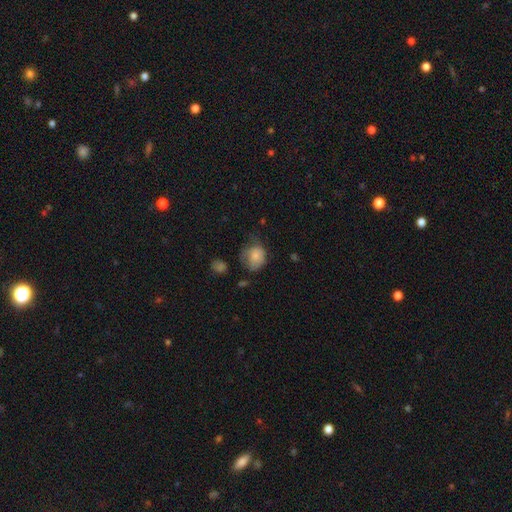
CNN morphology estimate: A smooth galaxy with no disk features (75%) that is round (59%). Merging: none (37%).